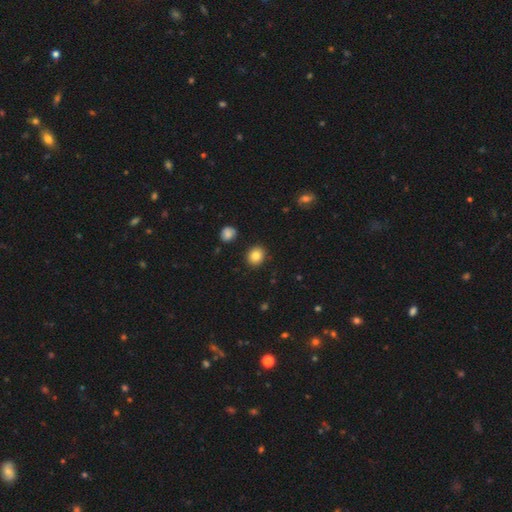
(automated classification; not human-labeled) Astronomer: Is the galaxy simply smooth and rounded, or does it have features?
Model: smooth — 84%.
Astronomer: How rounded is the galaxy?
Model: round — 72%.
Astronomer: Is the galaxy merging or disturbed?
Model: none — 90%.